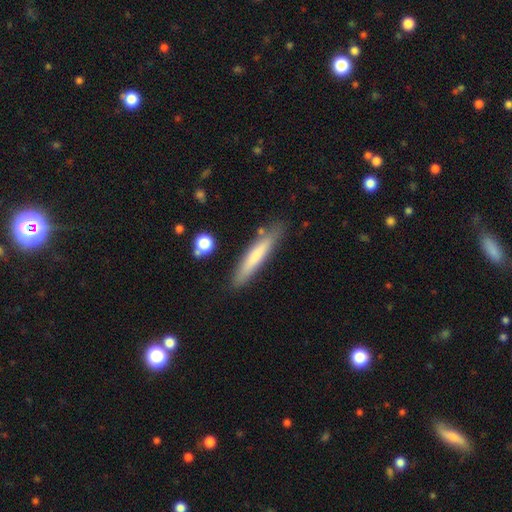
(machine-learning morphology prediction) smooth 69%, featured or disk 25%, star or artifact 6%. Down the decision tree: how rounded — cigar-shaped (91%); merging — none (82%).